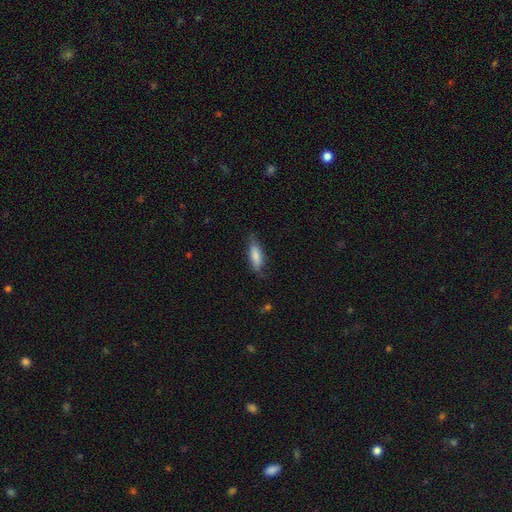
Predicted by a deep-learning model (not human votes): Smooth or featured: smooth — 81% (featured or disk — 13%)
How rounded: in between — 56% (cigar-shaped — 42%)
Merging: none — 71% (minor disturbance — 23%)